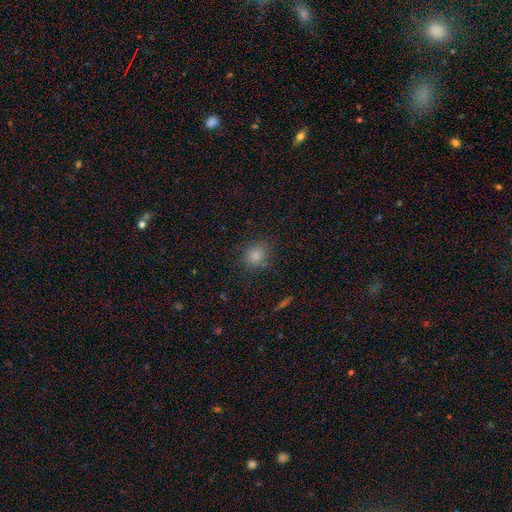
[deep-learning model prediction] smooth 82%, star or artifact 12%, featured or disk 5%. Down the decision tree: how rounded — round (69%); merging — none (79%).